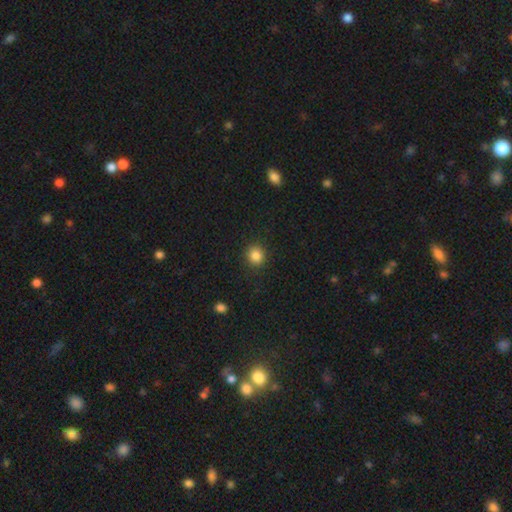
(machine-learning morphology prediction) Overall: smooth (85%). How rounded: round (87%). Merging: none (90%).